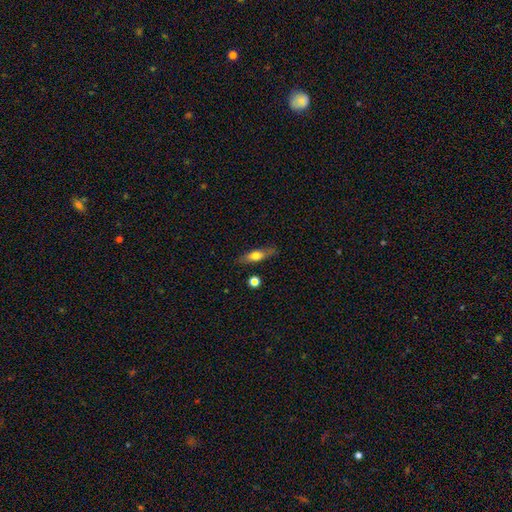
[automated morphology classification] Smooth or featured: smooth — 59% (featured or disk — 34%)
How rounded: cigar-shaped — 55% (in between — 40%)
Merging: none — 80% (minor disturbance — 14%)